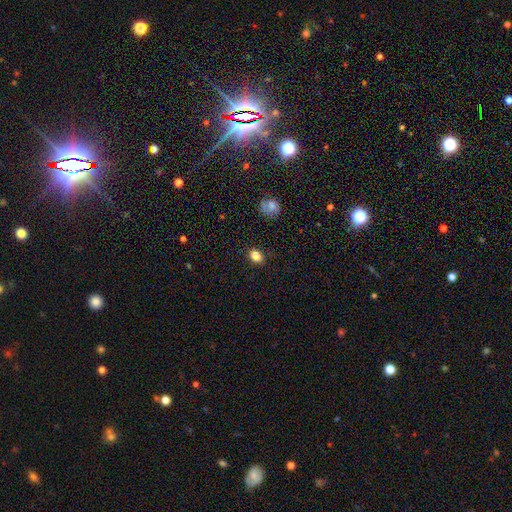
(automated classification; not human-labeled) A smooth galaxy with no disk features (84%) that is in between round and cigar-shaped (64%). Merging: none (87%).